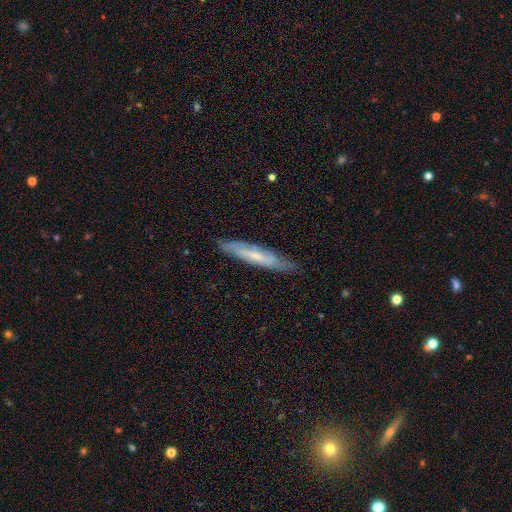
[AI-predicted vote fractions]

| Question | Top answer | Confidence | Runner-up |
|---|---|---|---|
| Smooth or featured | featured or disk | 51% | smooth (42%) |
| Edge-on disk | yes | 65% | no (35%) |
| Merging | none | 81% | minor disturbance (15%) |